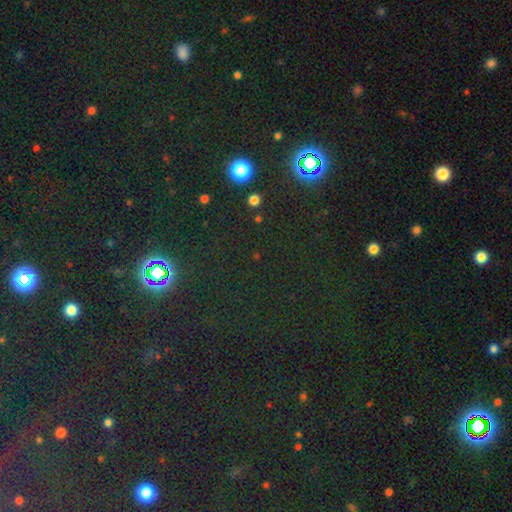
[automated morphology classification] Smooth or featured? Predicted: star or artifact (p=0.75).